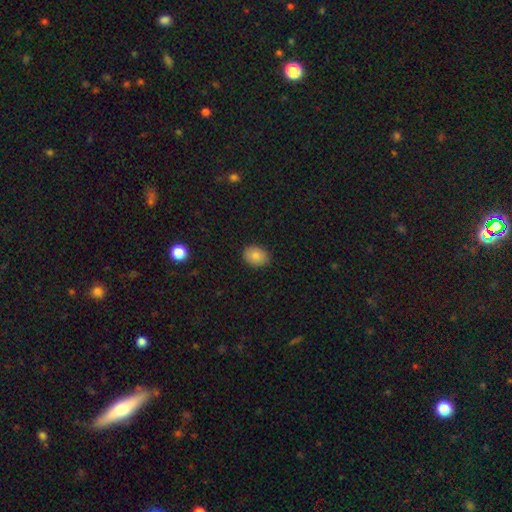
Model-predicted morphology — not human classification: This appears to be a smooth galaxy with no disk features (82%) that is in between round and cigar-shaped (63%). Merging: none (87%).